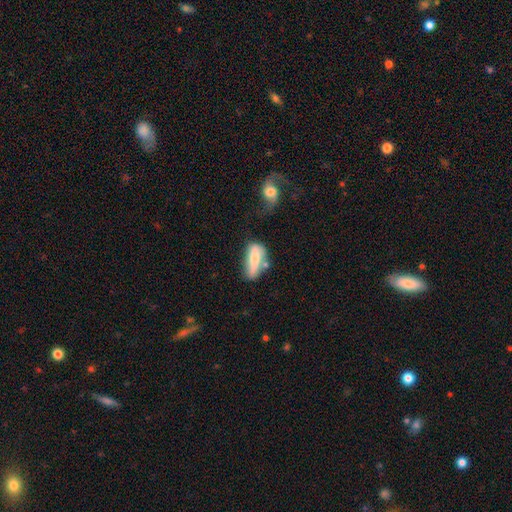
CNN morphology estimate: smooth 66%, featured or disk 27%, star or artifact 7%. Down the decision tree: how rounded — in between (54%); merging — none (43%).